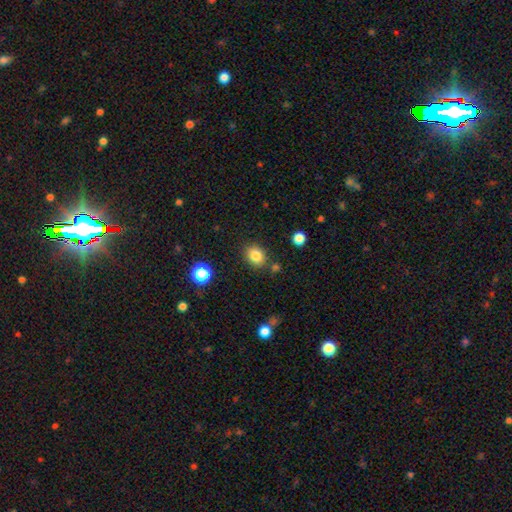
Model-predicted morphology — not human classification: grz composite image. It shows a smooth galaxy with no disk features (83%) that is round (52%). Merging: none (81%).